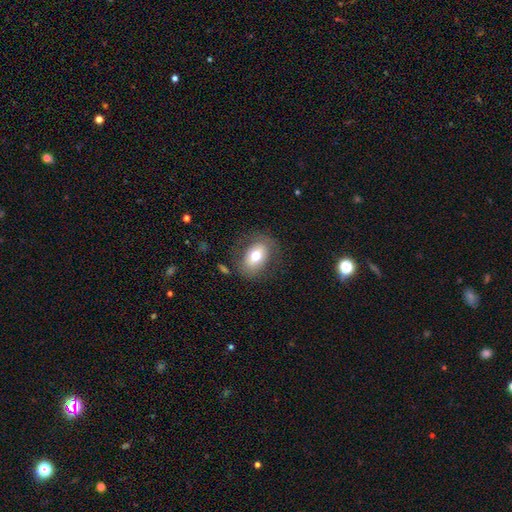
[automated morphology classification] This appears to be a smooth galaxy with no disk features (65%) that is in between round and cigar-shaped (78%). Merging: none (75%).